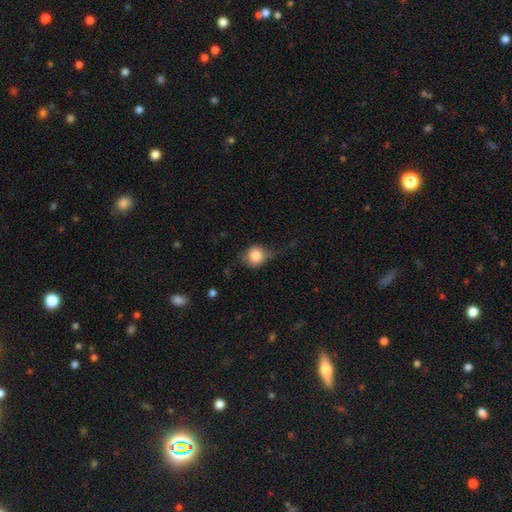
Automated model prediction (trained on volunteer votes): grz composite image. It shows a smooth galaxy with no disk features (74%) that is round (78%). Merging: none (48%).